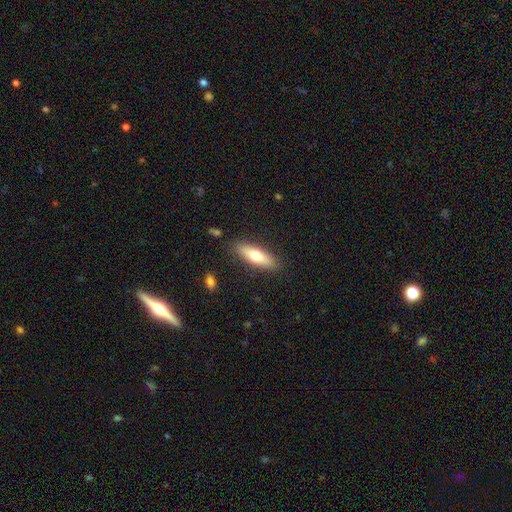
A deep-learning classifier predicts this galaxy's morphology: type=smooth (62%); roundness=cigar-shaped (54%); merging=none (87%).